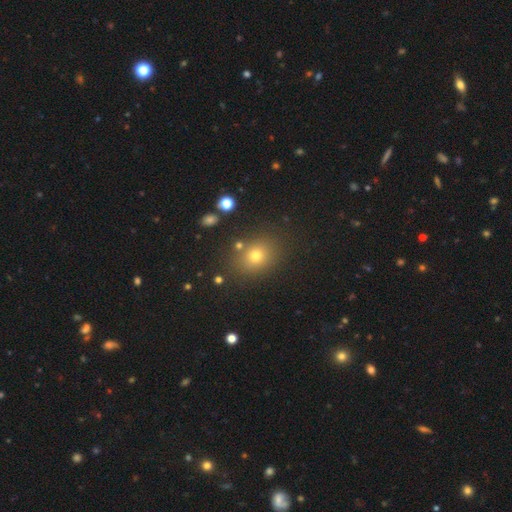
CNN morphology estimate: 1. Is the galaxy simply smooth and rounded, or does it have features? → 72% smooth, 19% star or artifact, 10% featured or disk.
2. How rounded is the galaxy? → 61% round, 38% in between, 1% cigar-shaped.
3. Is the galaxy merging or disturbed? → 83% none, 9% minor disturbance, 5% merger, 4% major disturbance.